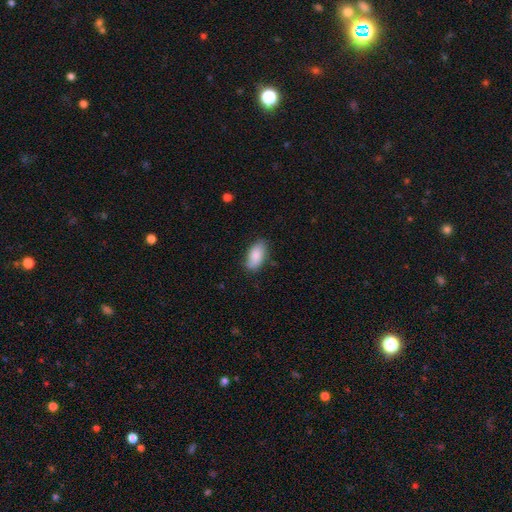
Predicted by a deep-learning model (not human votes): A smooth galaxy with no disk features (85%) that is in between round and cigar-shaped (92%).

Vote fractions:
- Smooth or featured? smooth: 85% / featured or disk: 8% / star or artifact: 6%
- How rounded? in between: 92% / cigar-shaped: 5% / round: 3%
- Merging? none: 75% / minor disturbance: 20% / major disturbance: 4% / merger: 1%